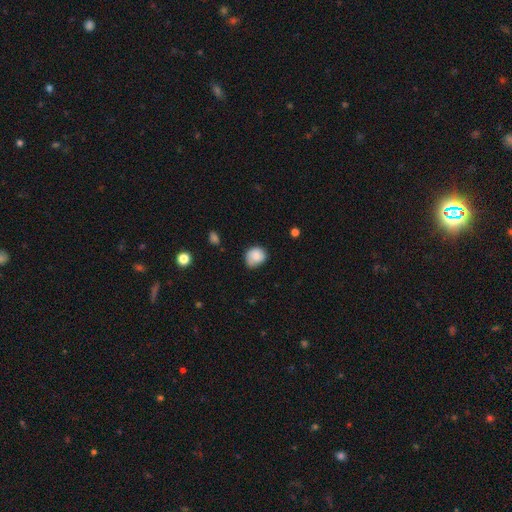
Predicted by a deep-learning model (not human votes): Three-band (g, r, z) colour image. It shows a smooth galaxy with no disk features (84%) that is round (67%). Merging: none (56%).